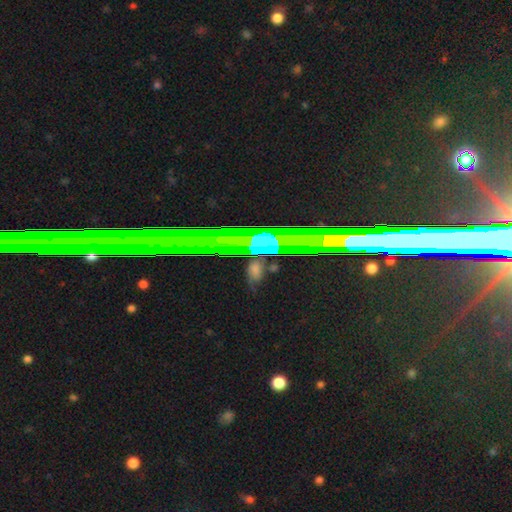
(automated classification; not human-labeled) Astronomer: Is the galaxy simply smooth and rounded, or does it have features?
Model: star or artifact — 70%.